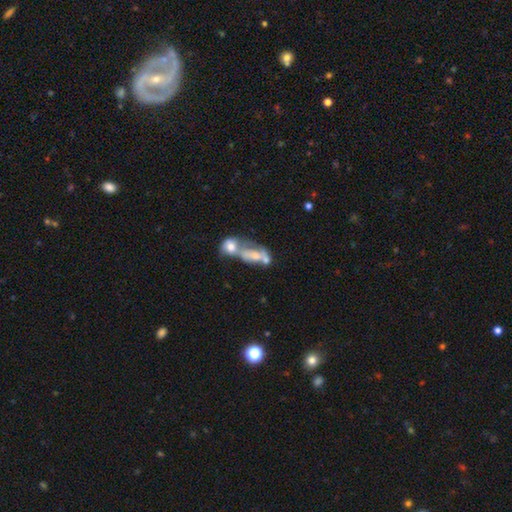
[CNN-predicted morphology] smooth_or_featured: smooth (p=0.49) [alt: featured or disk p=0.41]
merging: merger (p=0.74) [alt: major disturbance p=0.10]